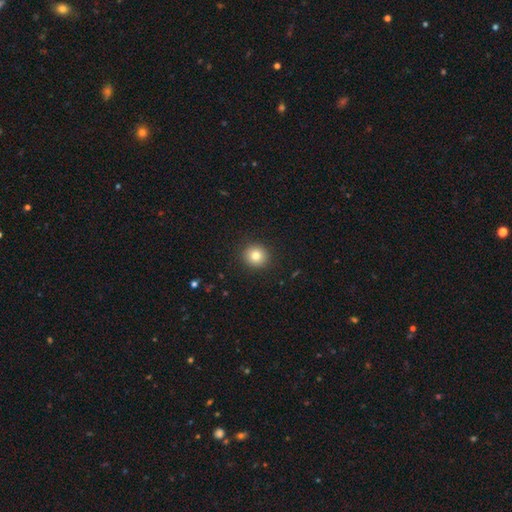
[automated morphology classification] A smooth galaxy with no disk features (82%) that is round (90%). Merging: none (91%).